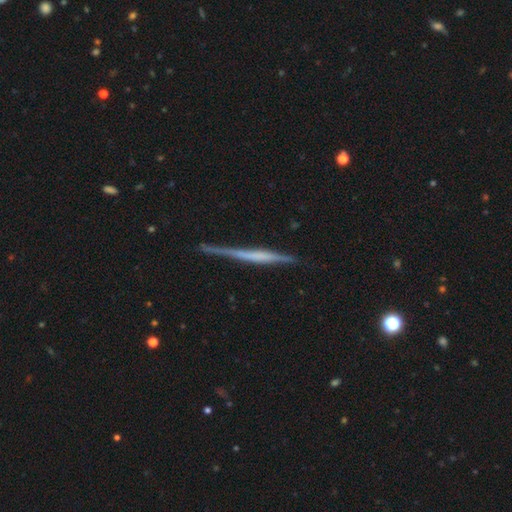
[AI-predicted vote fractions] The model was most divided on "smooth or featured": featured or disk: 68%, smooth: 26%, star or artifact: 6%. More confident: edge-on disk — yes (97%); merging — none (81%); edge-on bulge — none (64%).